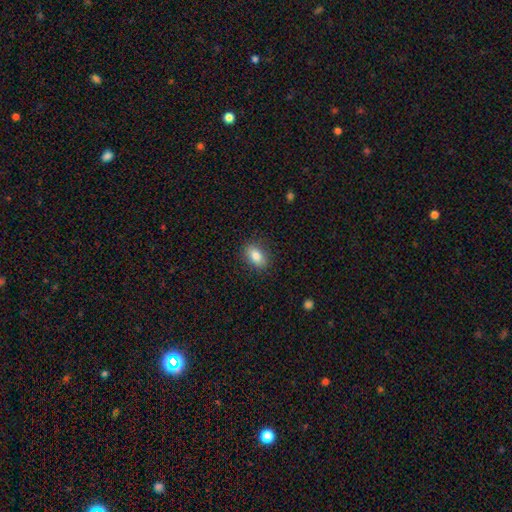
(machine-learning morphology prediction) Smooth or featured?
  - smooth: 84% *
  - featured or disk: 9%
  - star or artifact: 8%
How rounded?
  - in between: 87% *
  - round: 9%
  - cigar-shaped: 4%
Merging?
  - none: 87% *
  - minor disturbance: 10%
  - major disturbance: 3%
  - merger: 1%